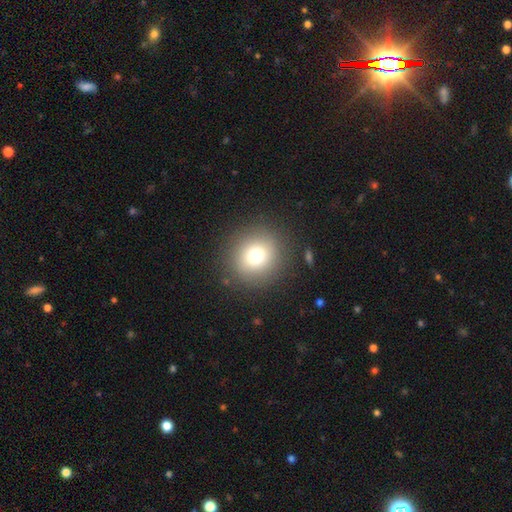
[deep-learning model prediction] Morphology: type=smooth (74%); roundness=round (92%); merging=none (88%).